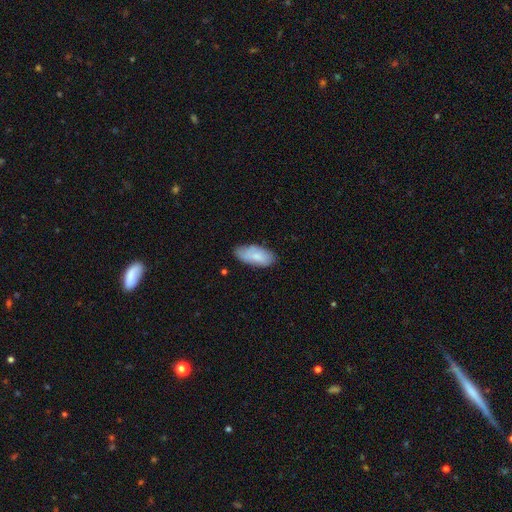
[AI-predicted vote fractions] This is likely a smooth galaxy (76%). How rounded: clearly in between (90%). Merging: likely none (68%).